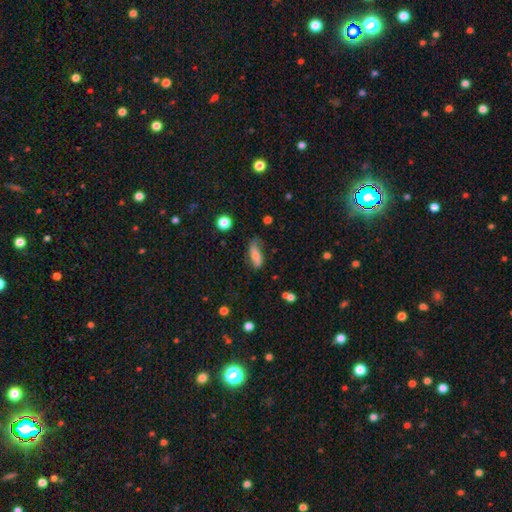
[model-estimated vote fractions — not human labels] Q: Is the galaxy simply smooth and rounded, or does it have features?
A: smooth — 67%.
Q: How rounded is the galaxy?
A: in between — 66%.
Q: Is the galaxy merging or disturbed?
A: none — 54%.